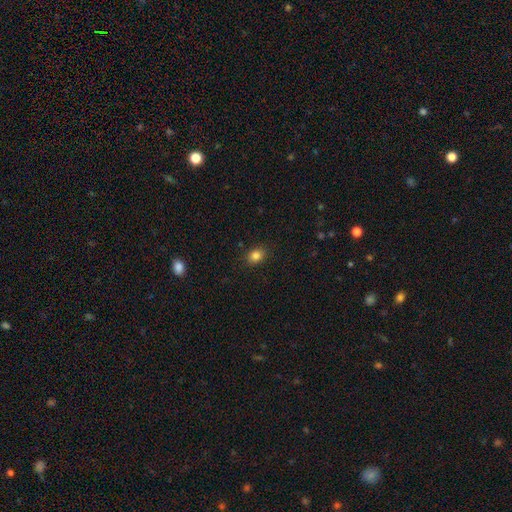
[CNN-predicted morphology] This appears to be a smooth galaxy with no disk features (83%) that is in between round and cigar-shaped (58%). Merging: none (87%).